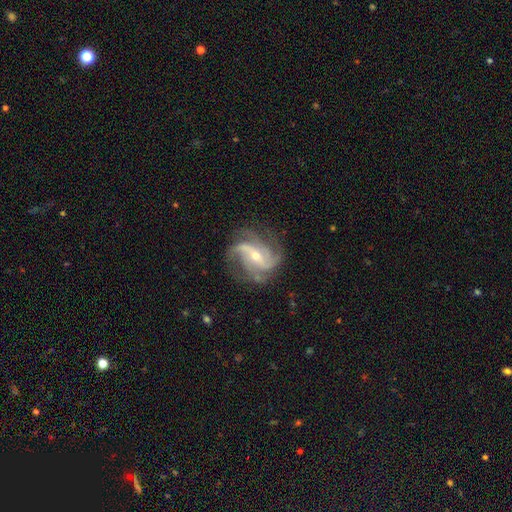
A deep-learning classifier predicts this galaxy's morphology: A featured or disk galaxy (90%) with no bar (37%), 3 (48%) medium (50%) spiral arms (98%) and a small central bulge (59%).

Vote fractions:
- Smooth or featured? featured or disk: 90% / star or artifact: 6% / smooth: 4%
- Edge-on disk? no: 97% / yes: 3%
- Bar? no: 37% / weak: 36% / strong: 27%
- Spiral arms? yes: 98% / no: 2%
- Spiral winding? medium: 50% / loose: 26% / tight: 24%
- Spiral arm count? 3: 48% / 4: 18% / 2: 16% / can't tell: 9% / more than 4: 5% / 1: 5%
- Bulge size? small: 59% / moderate: 38% / large: 1% / none: 1% / dominant: 1%
- Merging? none: 71% / minor disturbance: 18% / major disturbance: 10% / merger: 2%